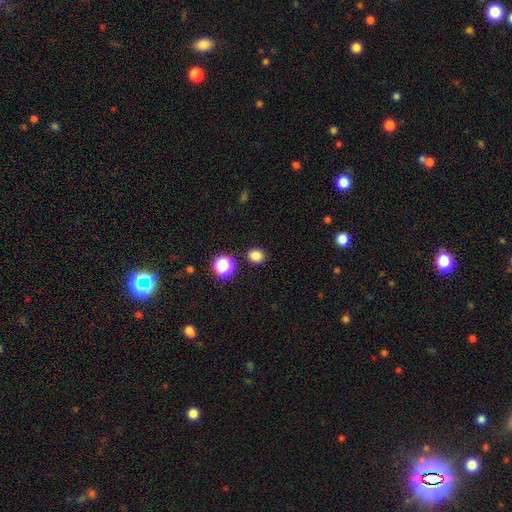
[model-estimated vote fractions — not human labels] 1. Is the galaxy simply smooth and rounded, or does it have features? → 81% smooth, 15% star or artifact, 4% featured or disk.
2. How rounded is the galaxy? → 80% round, 19% in between, 1% cigar-shaped.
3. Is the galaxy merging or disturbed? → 89% none, 6% minor disturbance, 3% merger, 2% major disturbance.